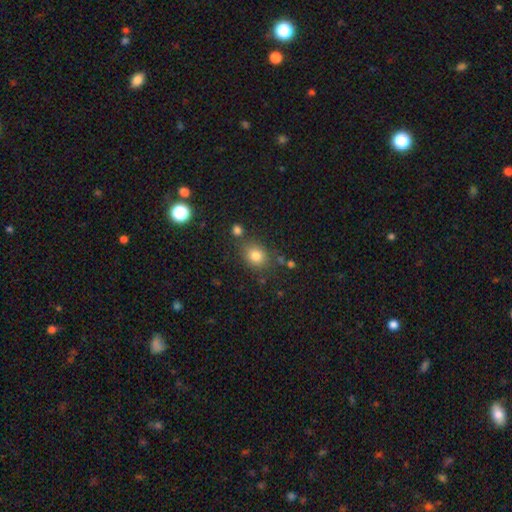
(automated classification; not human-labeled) This is clearly a smooth galaxy (81%). How rounded: possibly round (56%). Merging: likely none (73%).